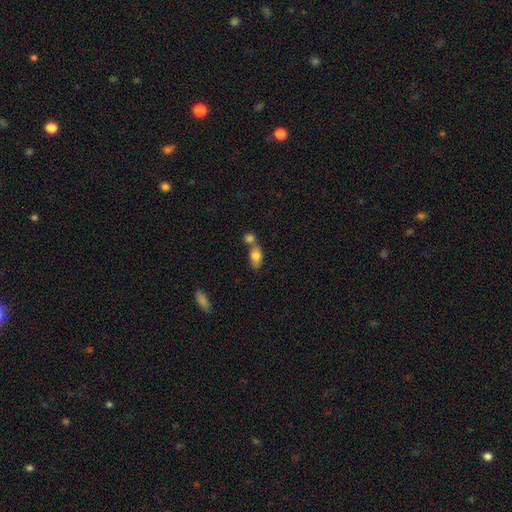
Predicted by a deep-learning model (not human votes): smooth_or_featured: smooth (p=0.80) [alt: featured or disk p=0.13]
how_rounded: in between (p=0.83) [alt: round p=0.12]
merging: merger (p=0.49) [alt: none p=0.37]